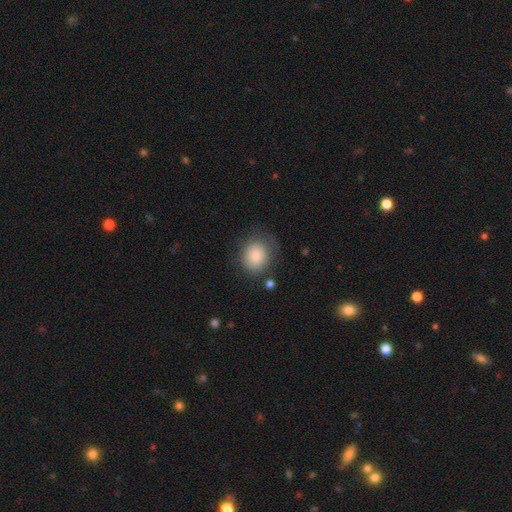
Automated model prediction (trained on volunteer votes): Morphology: type=smooth (85%); roundness=round (66%); merging=none (69%).